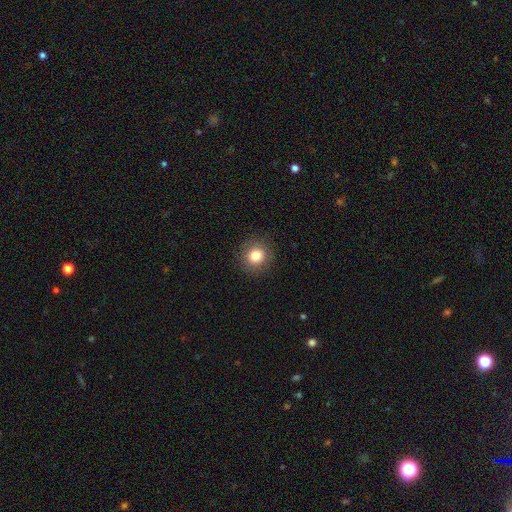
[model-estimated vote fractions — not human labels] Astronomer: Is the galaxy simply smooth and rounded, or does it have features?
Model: smooth — 82%.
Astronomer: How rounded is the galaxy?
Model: round — 90%.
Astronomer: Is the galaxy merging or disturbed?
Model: none — 90%.